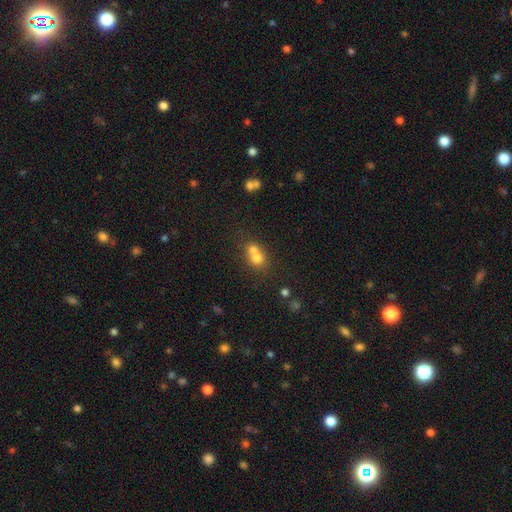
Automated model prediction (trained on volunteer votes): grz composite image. It shows a smooth galaxy with no disk features (70%) that is round (74%). Merging: merger (66%).